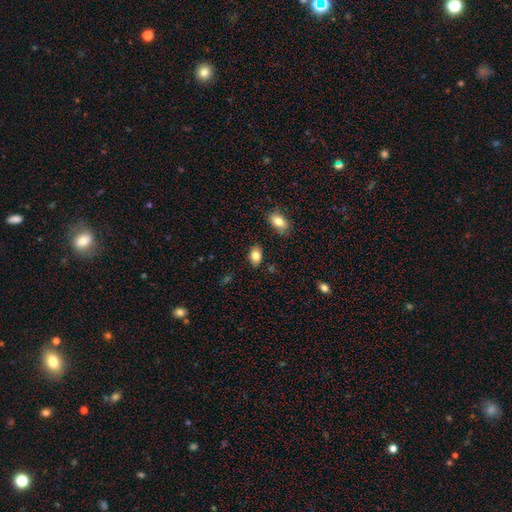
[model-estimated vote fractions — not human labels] Smooth or featured? Predicted: smooth (p=0.83). How rounded? Predicted: in between (p=0.81). Merging? Predicted: none (p=0.85).